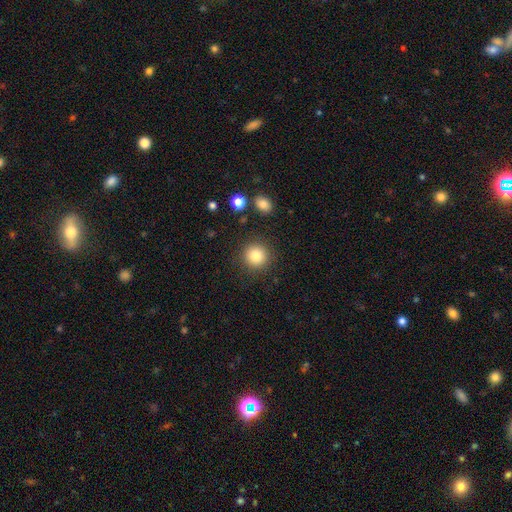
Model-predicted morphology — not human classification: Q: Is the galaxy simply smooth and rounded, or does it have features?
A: smooth — 83%.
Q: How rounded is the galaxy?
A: round — 94%.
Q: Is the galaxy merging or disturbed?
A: none — 89%.